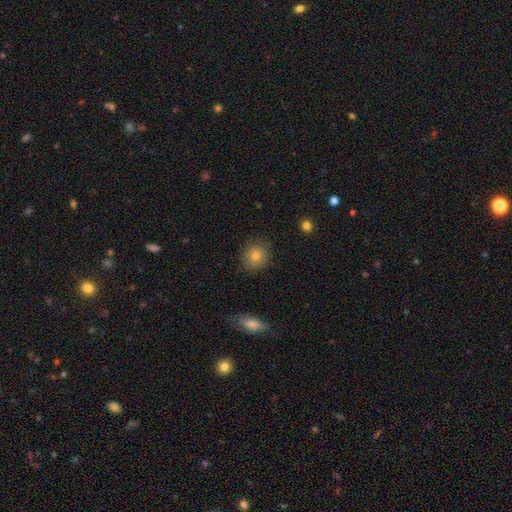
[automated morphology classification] smooth-or-featured: smooth: 79% | star or artifact: 11% | featured or disk: 10%
  how-rounded: round: 85% | in between: 14% | cigar-shaped: 1%
  merging: none: 88% | minor disturbance: 9% | major disturbance: 2% | merger: 1%